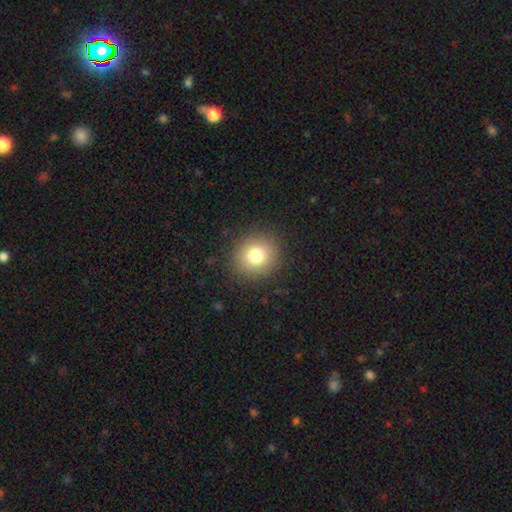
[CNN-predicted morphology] A smooth galaxy with no disk features (79%) that is round (90%). Merging: none (89%).